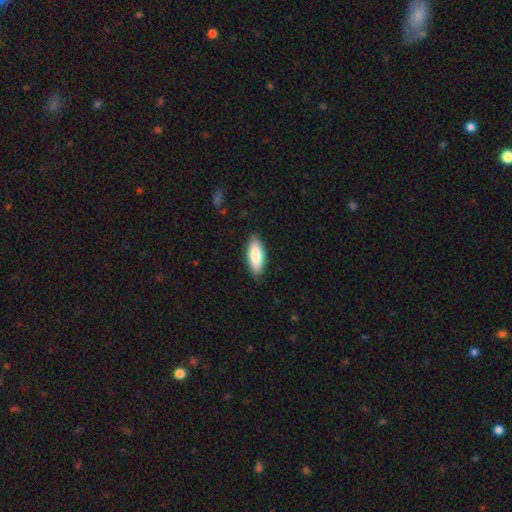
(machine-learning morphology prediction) A smooth galaxy with no disk features (85%) that is in between round and cigar-shaped (79%). Merging: none (87%).